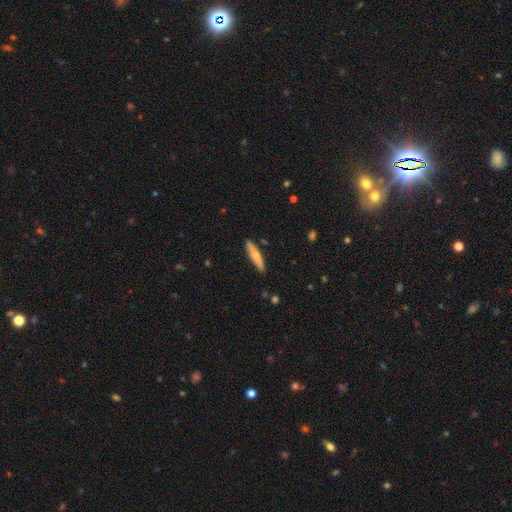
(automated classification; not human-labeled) This appears to be a smooth galaxy with no disk features (60%) that is cigar-shaped (85%). Merging: none (88%).